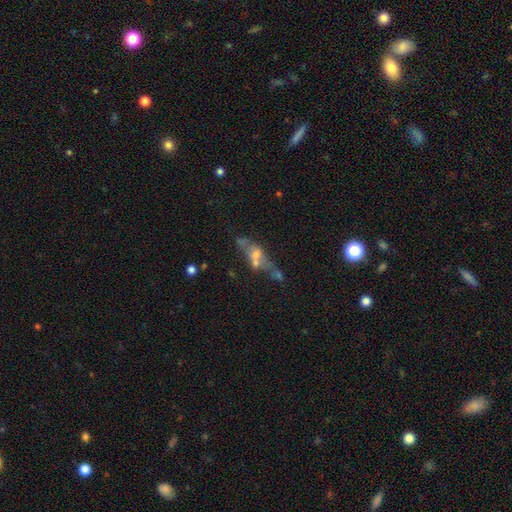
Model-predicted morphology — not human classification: This appears to be a featured or disk galaxy (56%). Merging: none (35%).